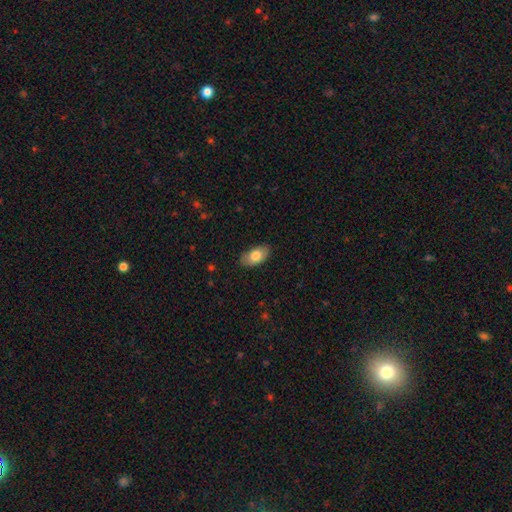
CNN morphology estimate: This is likely a smooth galaxy (77%). How rounded: clearly in between (94%). Merging: clearly none (84%).